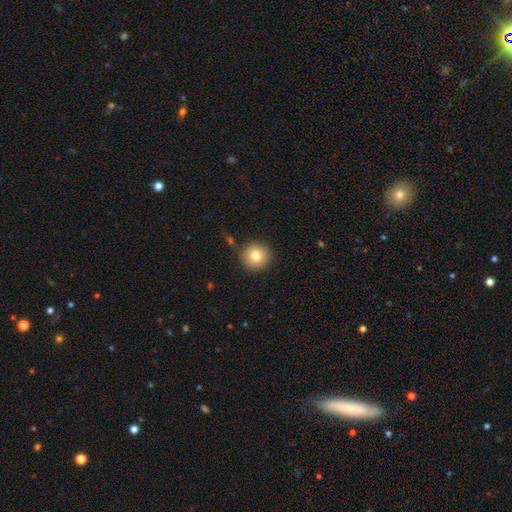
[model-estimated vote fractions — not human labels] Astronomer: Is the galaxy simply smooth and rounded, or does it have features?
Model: smooth — 80%.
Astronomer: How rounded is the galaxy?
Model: round — 95%.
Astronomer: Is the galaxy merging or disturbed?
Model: none — 89%.